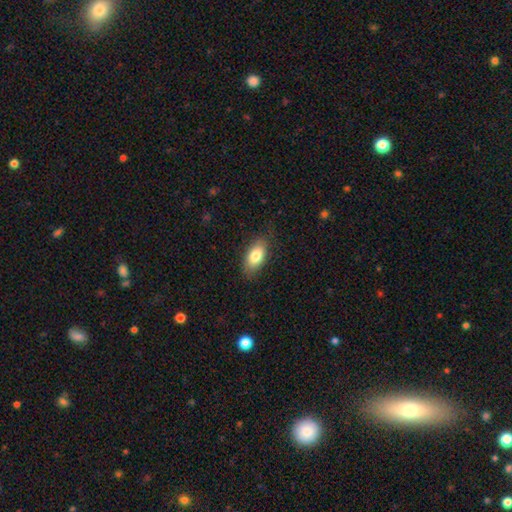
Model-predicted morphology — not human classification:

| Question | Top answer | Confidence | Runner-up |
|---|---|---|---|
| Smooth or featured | smooth | 81% | featured or disk (12%) |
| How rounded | in between | 90% | cigar-shaped (6%) |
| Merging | none | 81% | minor disturbance (14%) |